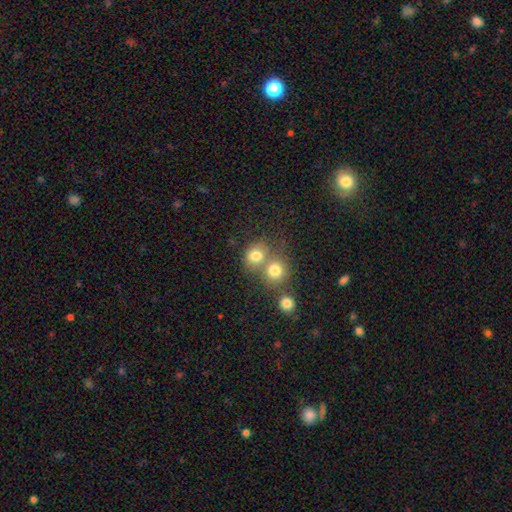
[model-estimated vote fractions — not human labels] smooth-or-featured: smooth: 77% | star or artifact: 13% | featured or disk: 9%
  how-rounded: round: 72% | in between: 27% | cigar-shaped: 1%
  merging: merger: 45% | none: 43% | minor disturbance: 8% | major disturbance: 4%